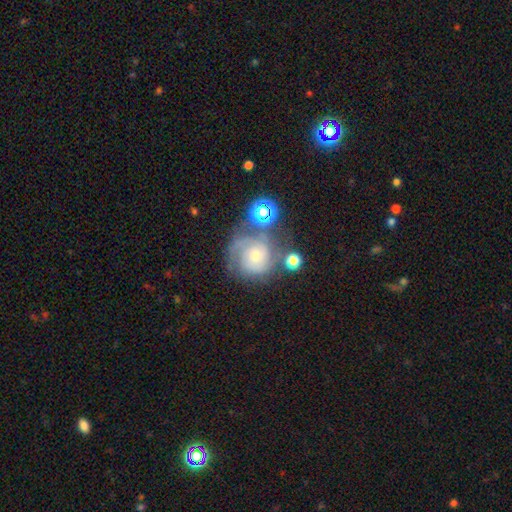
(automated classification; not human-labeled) Smooth or featured? Predicted: featured or disk (p=0.72). Edge-on disk? Predicted: no (p=0.98). Bar? Predicted: no (p=0.75). Spiral arms? Predicted: yes (p=0.92). Spiral winding? Predicted: tight (p=0.58). Spiral arm count? Predicted: 2 (p=0.36). Bulge size? Predicted: small (p=0.55). Merging? Predicted: none (p=0.58).